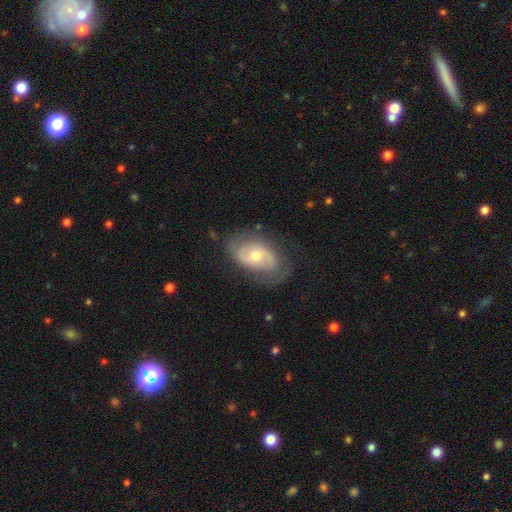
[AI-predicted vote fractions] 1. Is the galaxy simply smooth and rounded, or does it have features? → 72% featured or disk, 22% smooth, 6% star or artifact.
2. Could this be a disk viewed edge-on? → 95% no, 5% yes.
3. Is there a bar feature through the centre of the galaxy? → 63% no, 31% weak, 6% strong.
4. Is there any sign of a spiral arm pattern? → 85% yes, 15% no.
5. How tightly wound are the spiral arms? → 43% medium, 36% tight, 21% loose.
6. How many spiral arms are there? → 73% 2, 16% can't tell, 6% 1, 2% 3, 1% 4, 1% more than 4.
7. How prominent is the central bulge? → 55% moderate, 40% small, 3% large, 1% none, 1% dominant.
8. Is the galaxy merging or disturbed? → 69% none, 20% minor disturbance, 9% major disturbance, 1% merger.